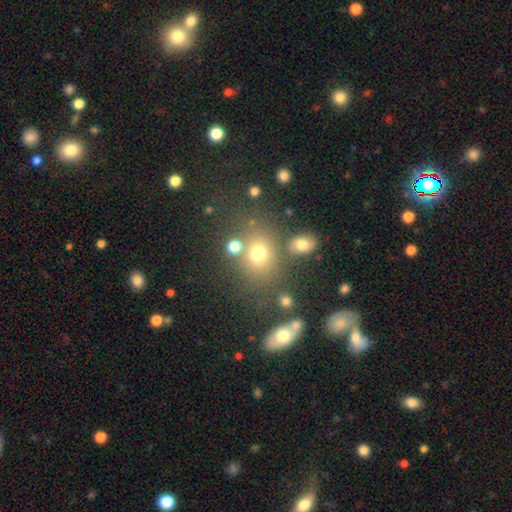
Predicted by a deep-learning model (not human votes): Smooth or featured? Predicted: smooth (p=0.70). How rounded? Predicted: round (p=0.65). Merging? Predicted: none (p=0.66).